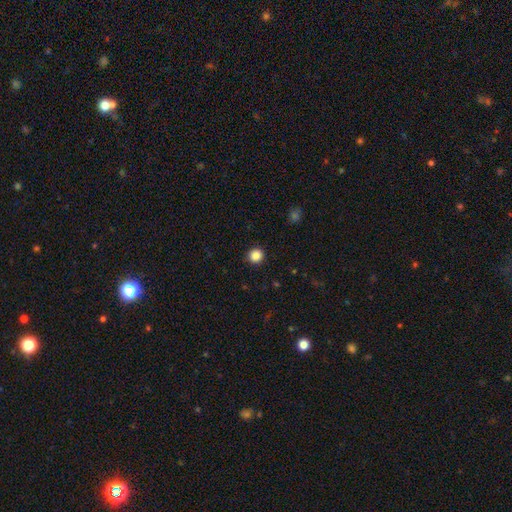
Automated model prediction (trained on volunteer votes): This appears to be a smooth galaxy with no disk features (87%) that is round (93%). Merging: none (92%).